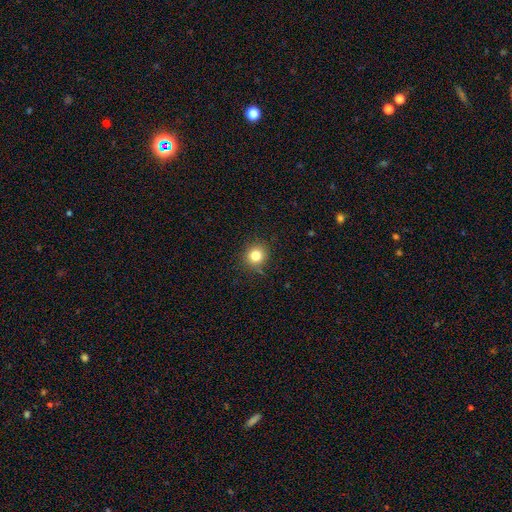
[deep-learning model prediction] Smooth or featured?
  - smooth: 81% *
  - star or artifact: 13%
  - featured or disk: 6%
How rounded?
  - round: 89% *
  - in between: 10%
  - cigar-shaped: 1%
Merging?
  - none: 86% *
  - minor disturbance: 10%
  - major disturbance: 3%
  - merger: 1%